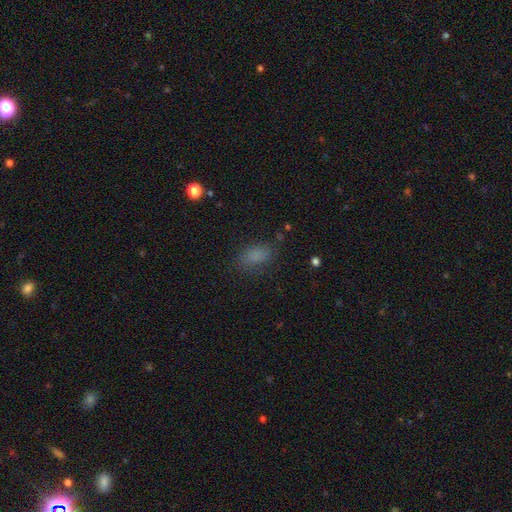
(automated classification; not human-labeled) This appears to be a smooth galaxy with no disk features (80%) that is in between round and cigar-shaped (87%). Merging: none (75%).